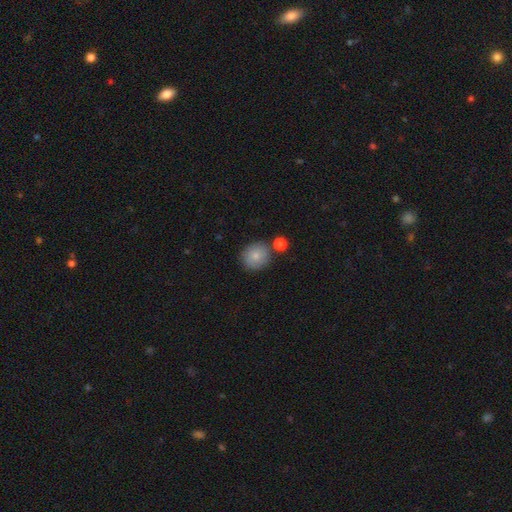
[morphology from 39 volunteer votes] smooth-or-featured: smooth: 87% | star or artifact: 13% | featured or disk: 0%
  how-rounded: round: 76% | in between: 24% | cigar-shaped: 0%
  merging: none: 76% | merger: 15% | minor disturbance: 9% | major disturbance: 0%